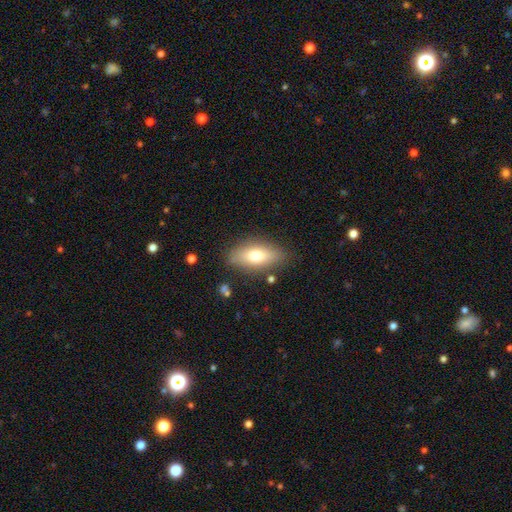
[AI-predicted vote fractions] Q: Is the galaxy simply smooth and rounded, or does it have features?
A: smooth — 70%.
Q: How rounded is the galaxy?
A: in between — 79%.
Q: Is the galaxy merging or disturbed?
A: none — 82%.